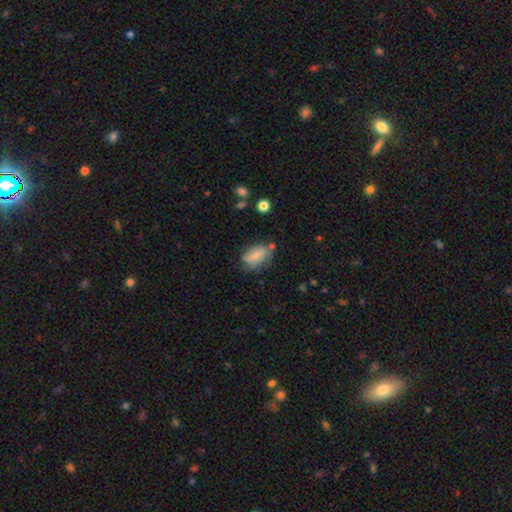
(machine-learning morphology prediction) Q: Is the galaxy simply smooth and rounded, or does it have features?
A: smooth — 66%.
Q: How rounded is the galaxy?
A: in between — 87%.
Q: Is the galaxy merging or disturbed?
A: none — 55%.